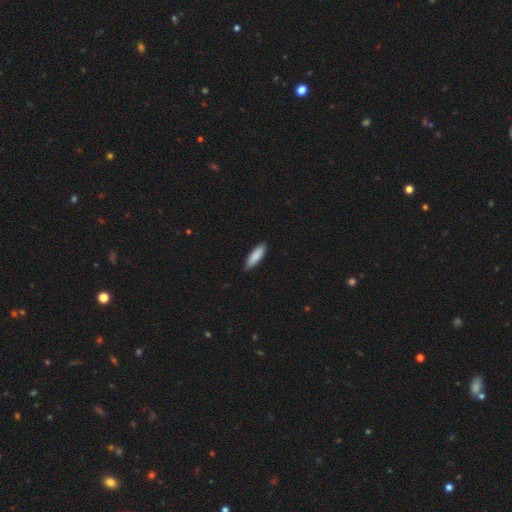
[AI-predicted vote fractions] smooth 88%, featured or disk 7%, star or artifact 5%. Down the decision tree: how rounded — cigar-shaped (55%); merging — none (87%).